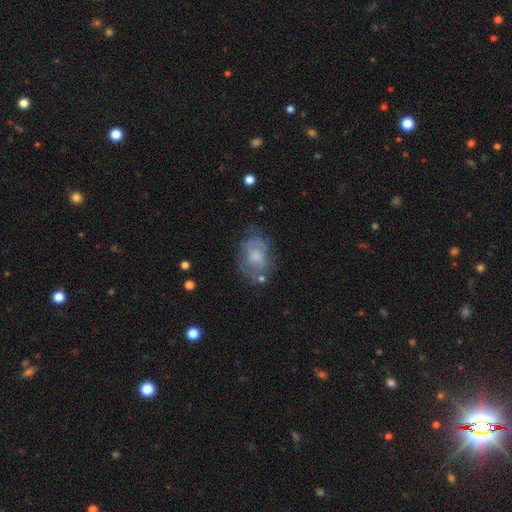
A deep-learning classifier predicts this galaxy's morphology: Smooth or featured? featured or disk (55%)
Edge-on disk? no (96%)
Bar? no (70%)
Spiral arms? yes (58%)
Bulge size? moderate (38%)
Merging? none (55%)